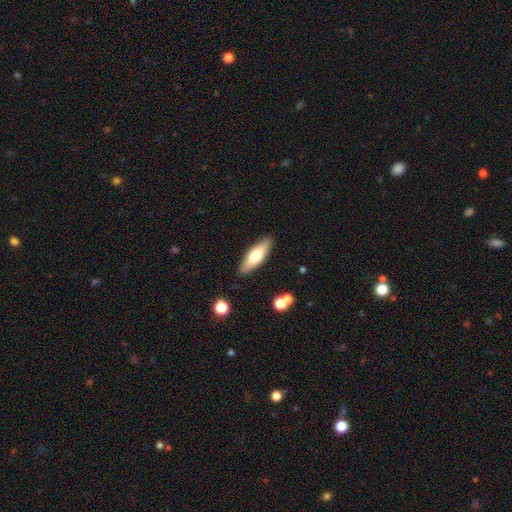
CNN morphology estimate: Overall: smooth (62%; featured or disk 32%). How rounded: in between (53%; cigar-shaped 45%). Merging: none (87%).